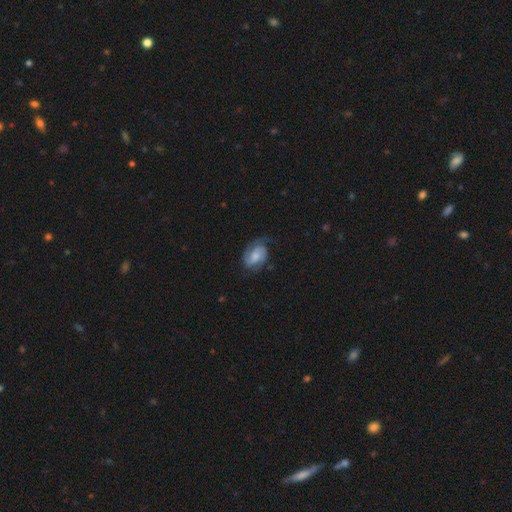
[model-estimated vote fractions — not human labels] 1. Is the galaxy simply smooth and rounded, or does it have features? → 66% featured or disk, 27% smooth, 7% star or artifact.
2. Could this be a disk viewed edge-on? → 97% no, 3% yes.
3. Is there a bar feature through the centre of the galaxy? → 51% no, 39% weak, 10% strong.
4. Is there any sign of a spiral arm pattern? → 92% yes, 8% no.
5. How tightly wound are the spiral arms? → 42% medium, 39% tight, 19% loose.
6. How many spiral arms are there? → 69% 2, 13% 1, 12% can't tell, 4% 3, 1% 4, 1% more than 4.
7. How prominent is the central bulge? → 35% moderate, 28% small, 18% none, 16% large, 3% dominant.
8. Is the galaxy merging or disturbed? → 58% none, 24% minor disturbance, 16% major disturbance, 1% merger.